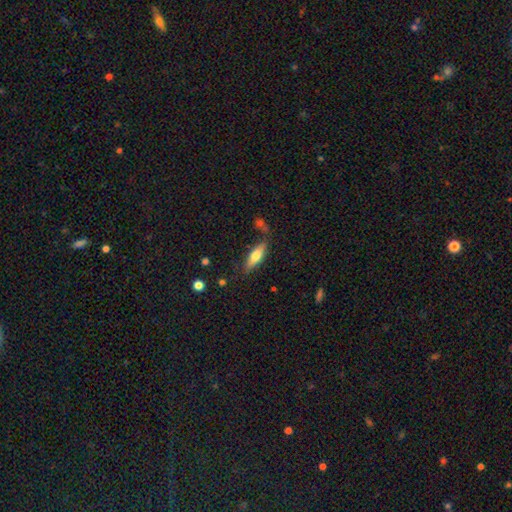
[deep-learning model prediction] Morphology: type=smooth (60%); roundness=cigar-shaped (52%); merging=none (76%).